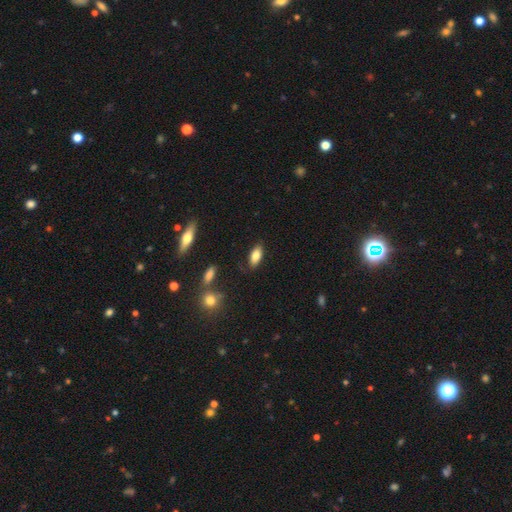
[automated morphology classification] Smooth or featured? smooth (81%)
How rounded? in between (84%)
Merging? none (82%)